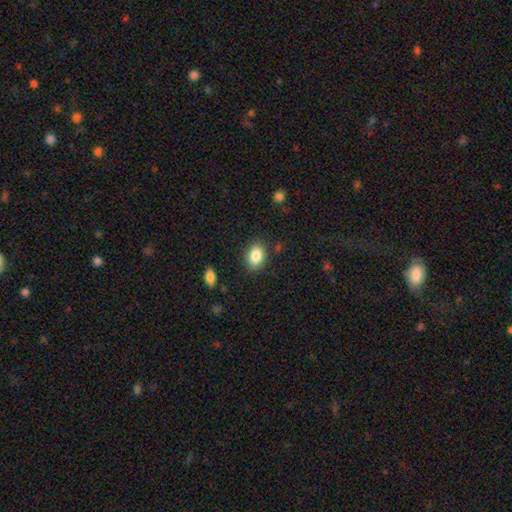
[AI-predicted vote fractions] Smooth or featured?
  - smooth: 86% *
  - star or artifact: 8%
  - featured or disk: 6%
How rounded?
  - in between: 79% *
  - round: 20%
  - cigar-shaped: 1%
Merging?
  - none: 84% *
  - minor disturbance: 11%
  - major disturbance: 3%
  - merger: 2%